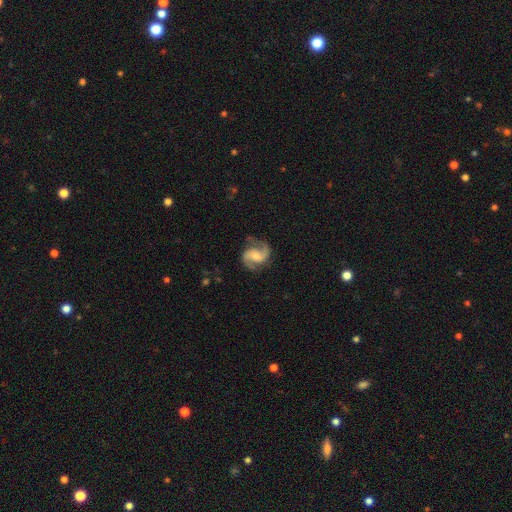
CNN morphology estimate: The model was most divided on "bar" (2-way tie): no: 43%, weak: 43%, strong: 15%. Remaining: edge-on disk — no (98%); spiral arms — yes (98%); spiral arm count — 2 (93%); smooth or featured — featured or disk (88%); merging — none (78%); spiral winding — medium (55%); bulge size — moderate (42%).